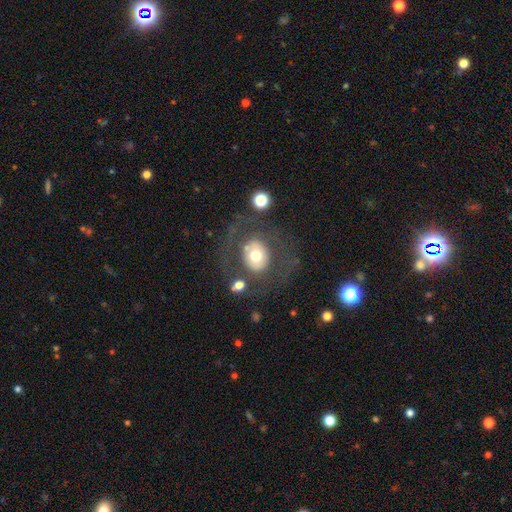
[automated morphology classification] Smooth or featured? Predicted: smooth (p=0.53). How rounded? Predicted: round (p=0.65). Merging? Predicted: none (p=0.66).